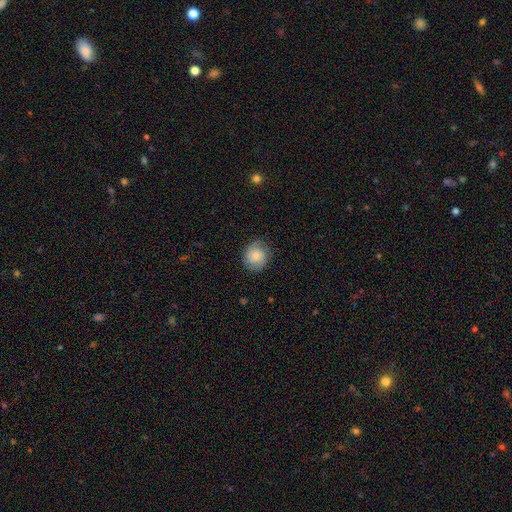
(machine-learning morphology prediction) Overall: smooth (69%). How rounded: round (83%). Merging: none (80%).